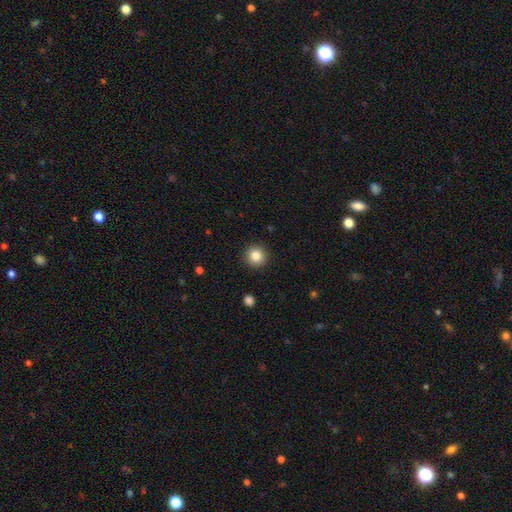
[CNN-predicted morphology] Smooth or featured: smooth — 84% (star or artifact — 10%)
How rounded: round — 94% (in between — 5%)
Merging: none — 92% (minor disturbance — 5%)